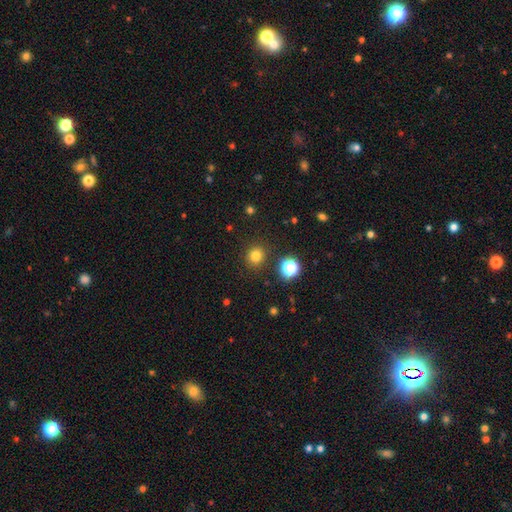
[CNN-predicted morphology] A smooth galaxy with no disk features (78%) that is round (89%). Merging: none (89%).